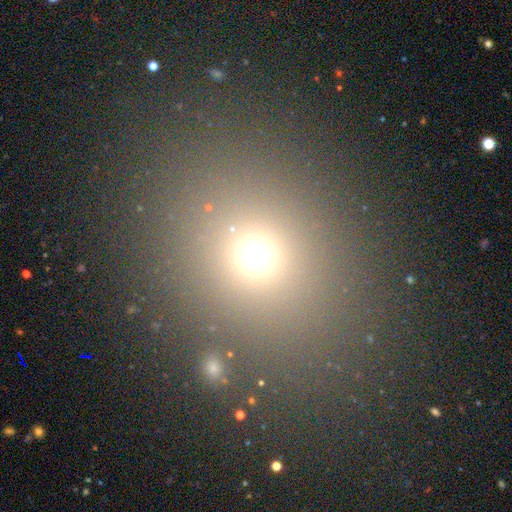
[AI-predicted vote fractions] Smooth or featured? smooth (66%)
How rounded? round (73%)
Merging? none (82%)